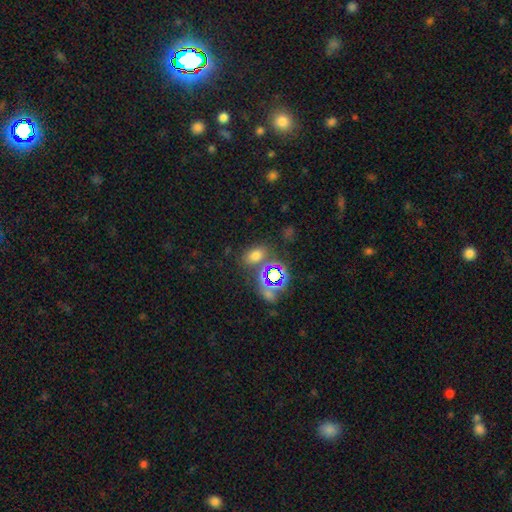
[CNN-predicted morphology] Smooth or featured: smooth — 60% (star or artifact — 32%)
How rounded: in between — 78% (round — 20%)
Merging: none — 69% (merger — 13%)